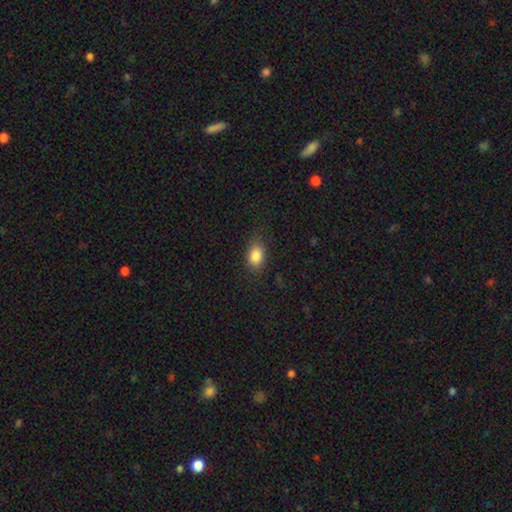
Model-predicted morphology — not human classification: A smooth galaxy with no disk features (84%) that is in between round and cigar-shaped (78%).

Vote fractions:
- Smooth or featured? smooth: 84% / star or artifact: 9% / featured or disk: 7%
- How rounded? in between: 78% / round: 19% / cigar-shaped: 2%
- Merging? none: 80% / minor disturbance: 15% / major disturbance: 4% / merger: 1%